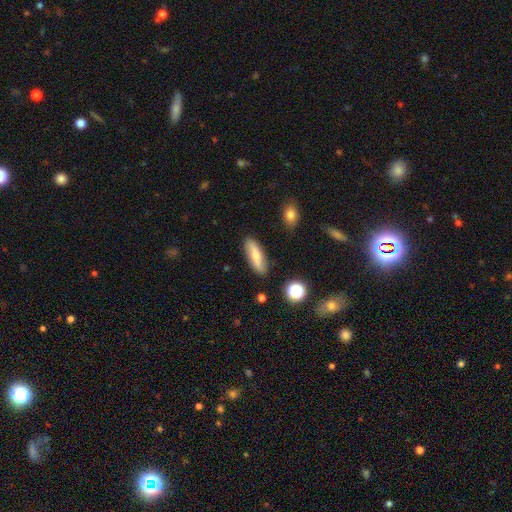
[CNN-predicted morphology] This appears to be a smooth galaxy with no disk features (71%) that is cigar-shaped (53%). Merging: none (85%).